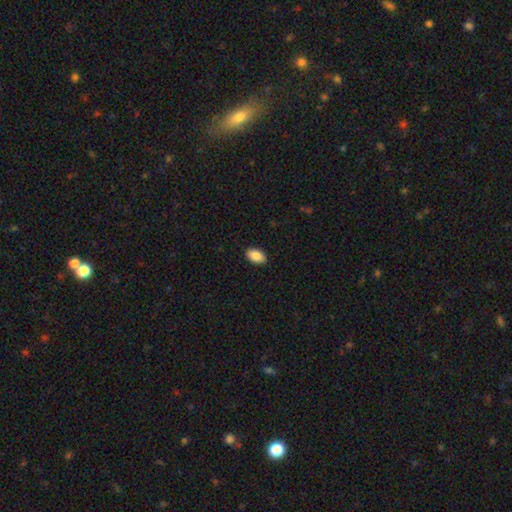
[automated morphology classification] Smooth or featured: smooth — 89% (star or artifact — 7%)
How rounded: in between — 92% (round — 6%)
Merging: none — 90% (minor disturbance — 8%)